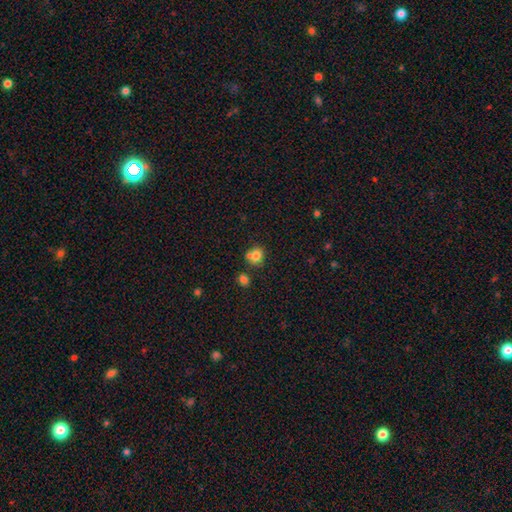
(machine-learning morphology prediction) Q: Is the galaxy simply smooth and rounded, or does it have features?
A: smooth — 76%.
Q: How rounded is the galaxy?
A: round — 70%.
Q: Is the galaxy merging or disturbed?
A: none — 47%.